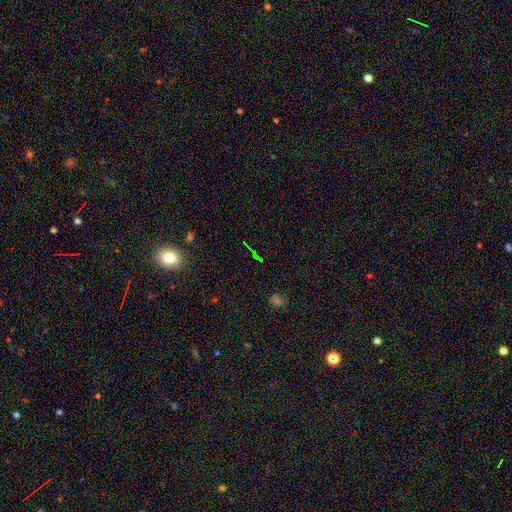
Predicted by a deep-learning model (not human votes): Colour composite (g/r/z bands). It shows a star or artifact, not a galaxy (71%).